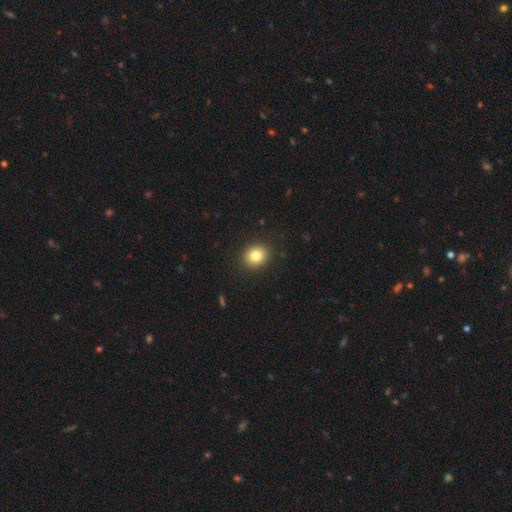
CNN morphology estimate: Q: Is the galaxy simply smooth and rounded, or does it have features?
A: smooth — 82%.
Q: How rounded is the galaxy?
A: round — 73%.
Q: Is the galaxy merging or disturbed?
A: none — 91%.